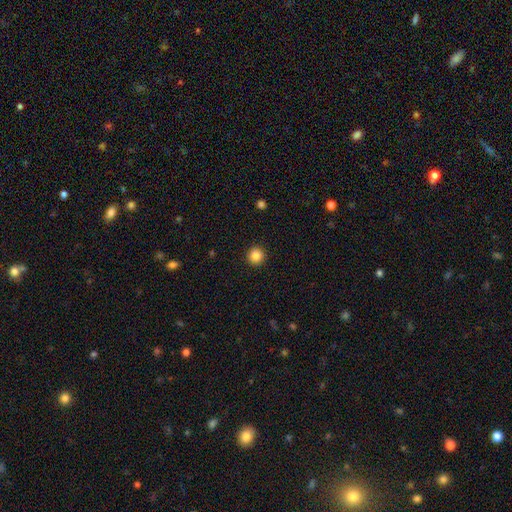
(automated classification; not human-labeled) Q: Smooth or featured?
A: smooth (86%); runner-up: star or artifact (11%)
Q: How rounded?
A: round (95%); runner-up: in between (5%)
Q: Merging?
A: none (92%); runner-up: minor disturbance (5%)